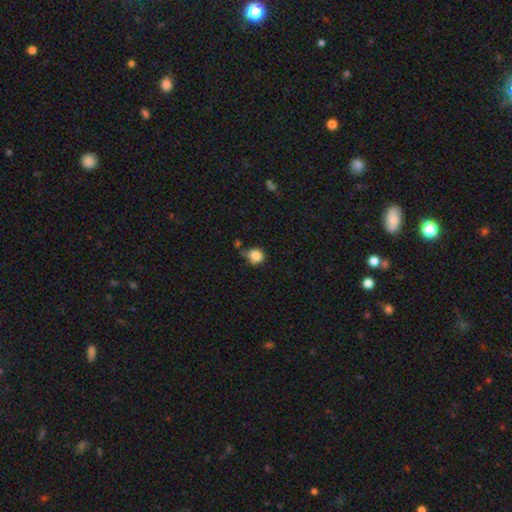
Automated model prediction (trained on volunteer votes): Smooth or featured? Predicted: smooth (p=0.86). How rounded? Predicted: round (p=0.87). Merging? Predicted: none (p=0.60).